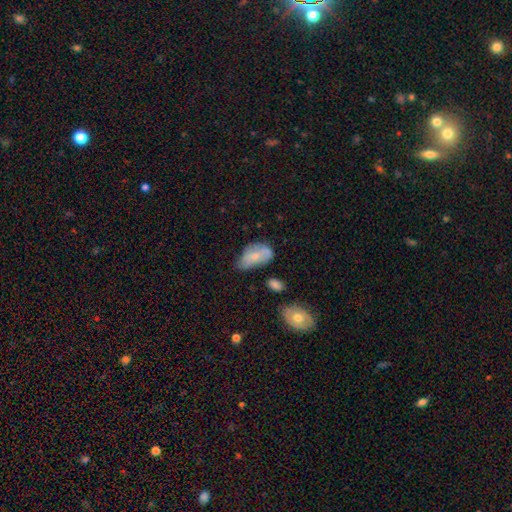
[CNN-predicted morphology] smooth-or-featured: smooth: 64% | featured or disk: 29% | star or artifact: 8%
  how-rounded: in between: 91% | round: 7% | cigar-shaped: 2%
  merging: minor disturbance: 42% | none: 34% | major disturbance: 18% | merger: 7%